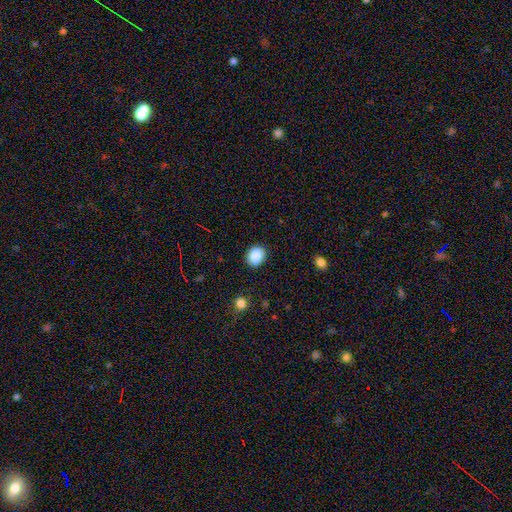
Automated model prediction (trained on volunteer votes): Smooth or featured? smooth (88%)
How rounded? round (60%)
Merging? none (89%)